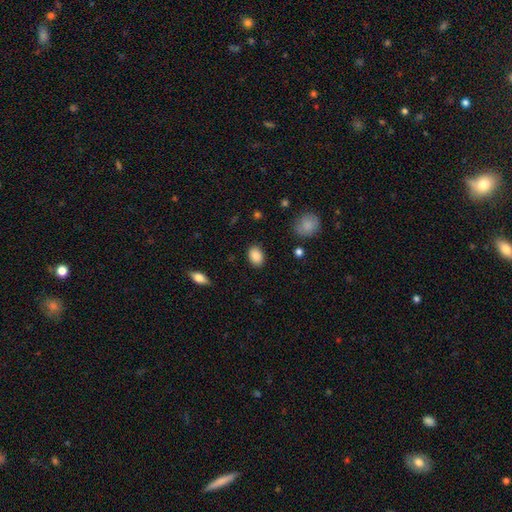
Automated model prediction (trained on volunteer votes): Smooth or featured: smooth — 88% (star or artifact — 8%)
How rounded: in between — 78% (round — 21%)
Merging: none — 87% (minor disturbance — 9%)